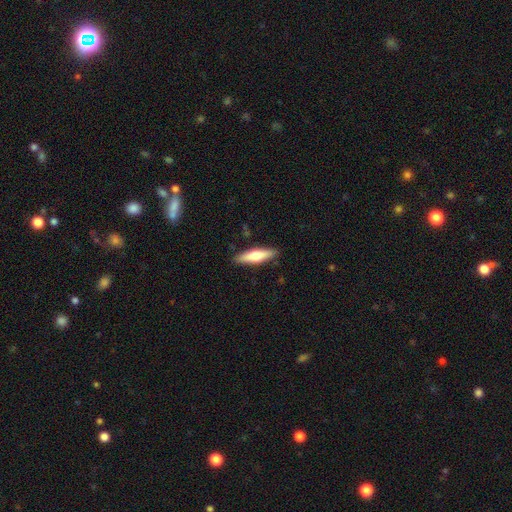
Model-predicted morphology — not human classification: The model was most divided on "smooth or featured": smooth: 59%, featured or disk: 36%, star or artifact: 5%. More confident: merging — none (88%); how rounded — cigar-shaped (70%).